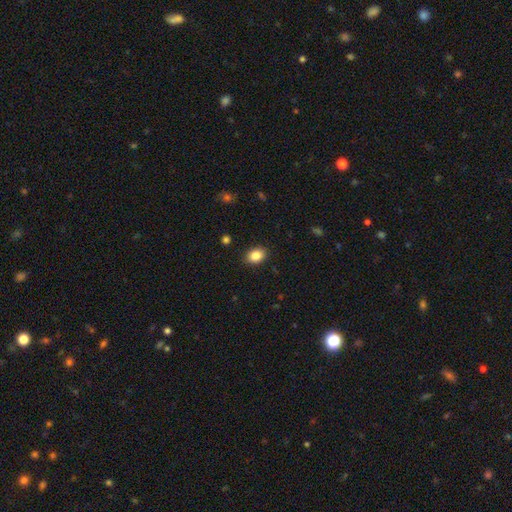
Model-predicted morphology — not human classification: smooth_or_featured: smooth (p=0.86) [alt: star or artifact p=0.09]
how_rounded: in between (p=0.72) [alt: round p=0.27]
merging: none (p=0.88) [alt: minor disturbance p=0.08]